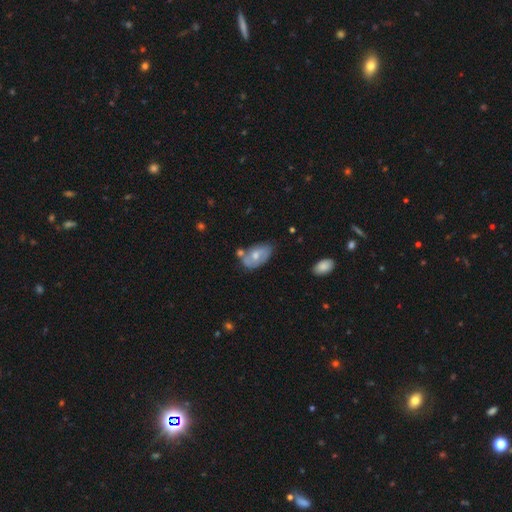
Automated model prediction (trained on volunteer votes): This is possibly a smooth galaxy (51%). How rounded: clearly in between (91%). Merging: possibly none (47%).